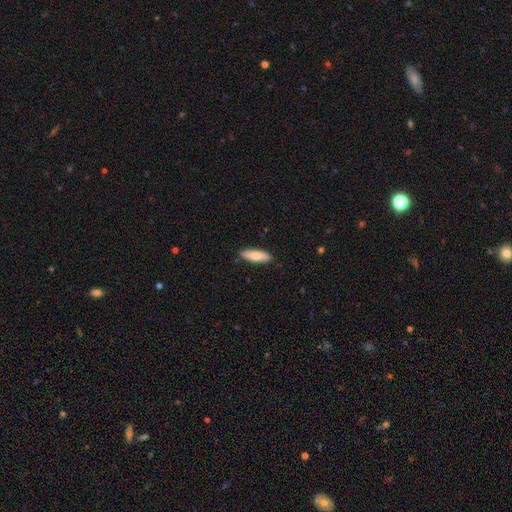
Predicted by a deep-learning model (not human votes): smooth 77%, featured or disk 18%, star or artifact 5%. Down the decision tree: how rounded — in between (49%, tied with cigar-shaped); merging — none (88%).